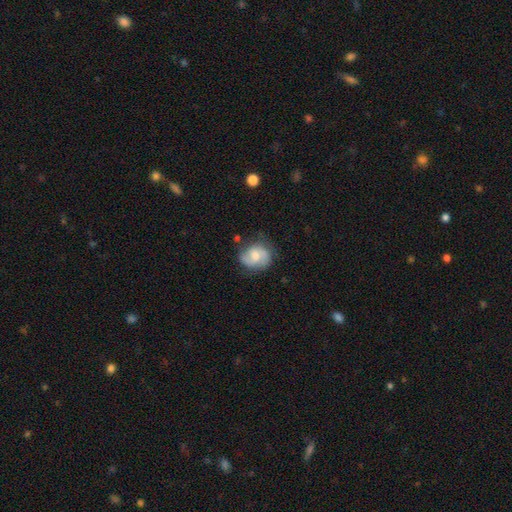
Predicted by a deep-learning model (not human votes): This appears to be a featured or disk galaxy (57%) with no bar (50%), spiral arms (89%) and a moderate central bulge (49%). Merging: none (66%).